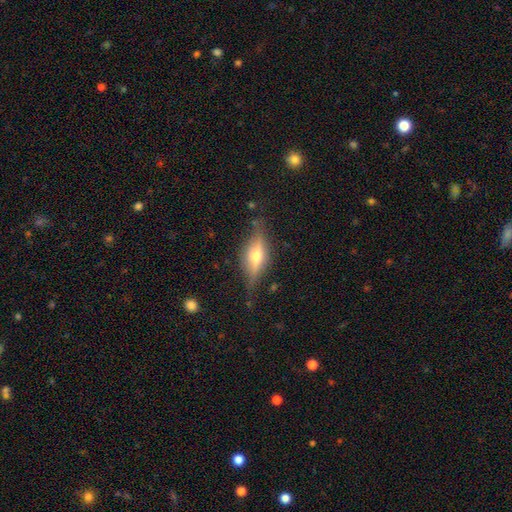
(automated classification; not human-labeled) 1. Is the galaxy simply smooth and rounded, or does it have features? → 62% featured or disk, 30% smooth, 8% star or artifact.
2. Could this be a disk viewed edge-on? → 89% yes, 11% no.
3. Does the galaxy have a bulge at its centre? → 93% rounded, 5% boxy, 2% none.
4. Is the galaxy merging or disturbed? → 77% none, 16% minor disturbance, 6% major disturbance, 2% merger.